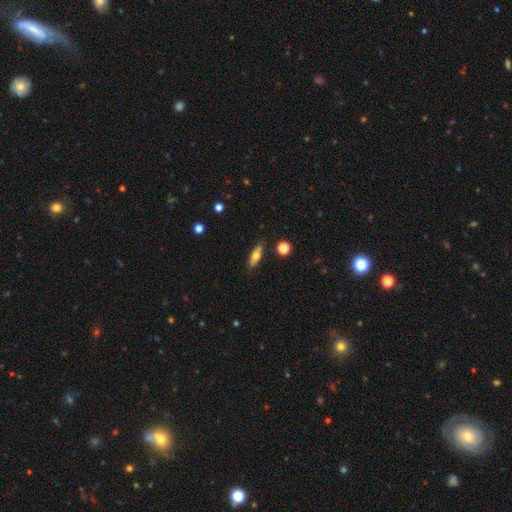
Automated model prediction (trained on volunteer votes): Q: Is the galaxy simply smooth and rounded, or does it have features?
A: smooth — 57%.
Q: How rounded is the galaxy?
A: cigar-shaped — 49%.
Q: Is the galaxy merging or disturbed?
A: none — 86%.